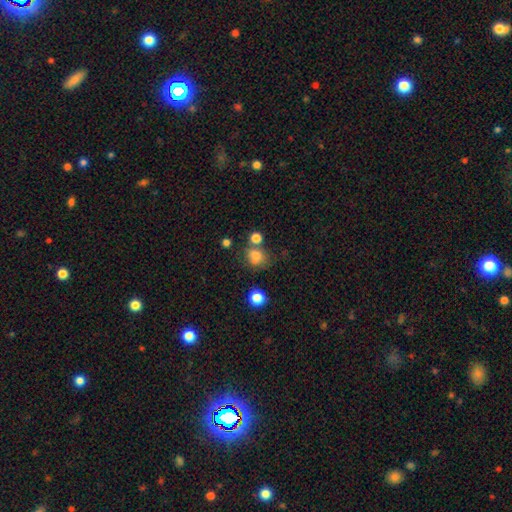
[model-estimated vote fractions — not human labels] Morphology: type=smooth (76%); roundness=round (69%); merging=none (55%).